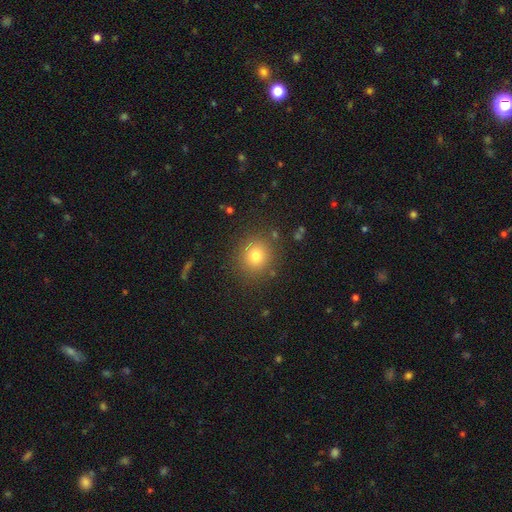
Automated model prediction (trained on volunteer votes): This is likely a smooth galaxy (77%). How rounded: clearly round (86%). Merging: clearly none (86%).